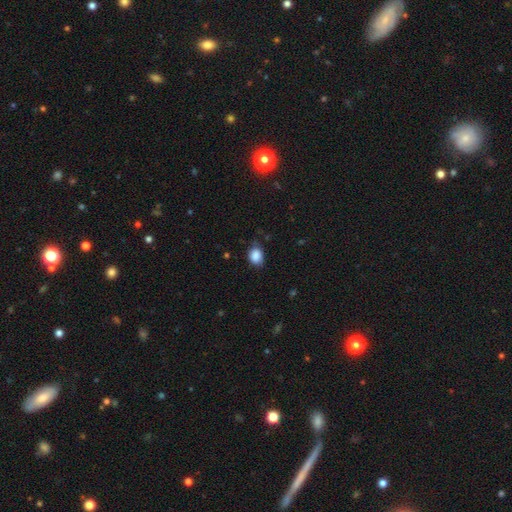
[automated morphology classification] smooth-or-featured: smooth: 87% | star or artifact: 9% | featured or disk: 4%
  how-rounded: in between: 55% | round: 44% | cigar-shaped: 1%
  merging: none: 71% | minor disturbance: 23% | major disturbance: 5% | merger: 1%